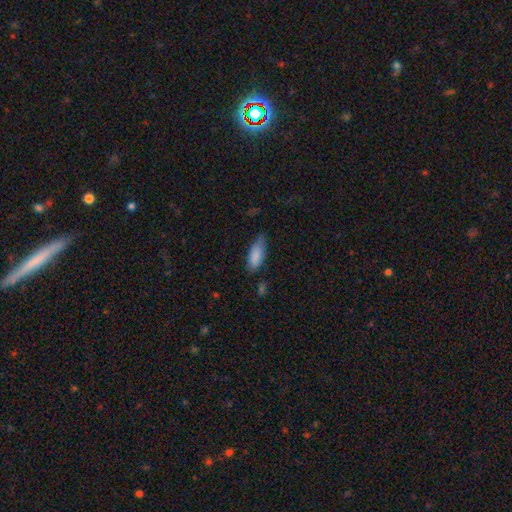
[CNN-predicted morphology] Smooth or featured? smooth (87%)
How rounded? in between (74%)
Merging? none (62%)